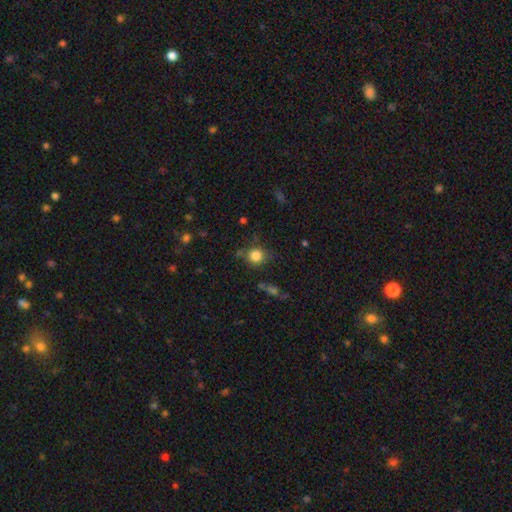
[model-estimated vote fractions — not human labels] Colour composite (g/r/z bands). It shows a smooth galaxy with no disk features (82%) that is round (86%). Merging: none (74%).